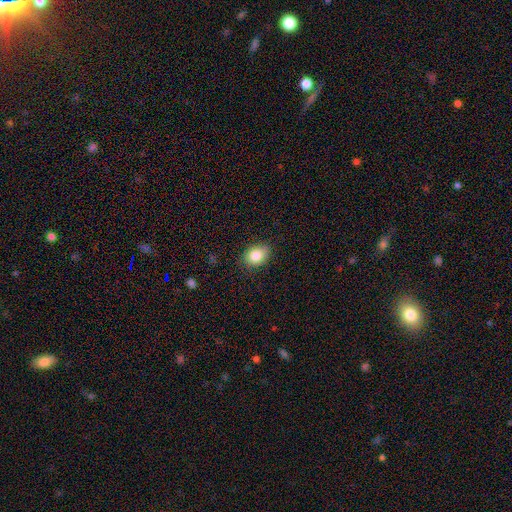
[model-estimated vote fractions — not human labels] Overall: smooth (83%). How rounded: in between (62%; round 37%). Merging: none (83%).